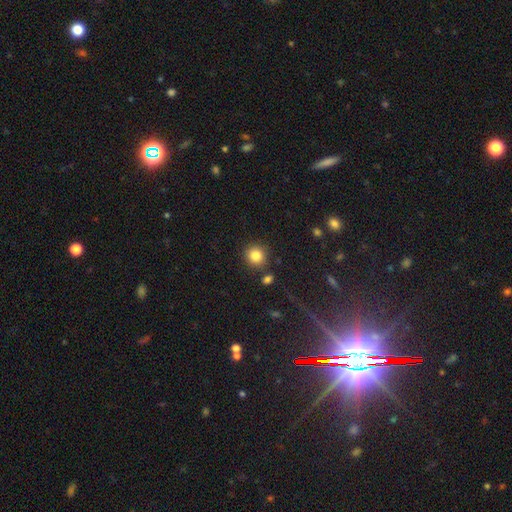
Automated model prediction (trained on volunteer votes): Smooth or featured? Predicted: smooth (p=0.84). How rounded? Predicted: round (p=0.91). Merging? Predicted: none (p=0.84).